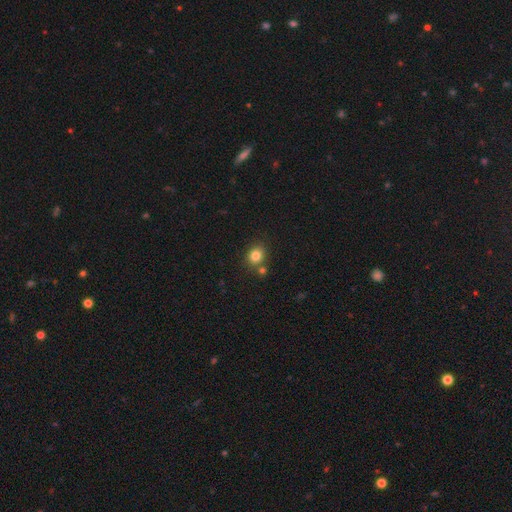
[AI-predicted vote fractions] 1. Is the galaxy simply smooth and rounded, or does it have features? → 82% smooth, 12% star or artifact, 6% featured or disk.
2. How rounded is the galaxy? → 72% round, 27% in between, 1% cigar-shaped.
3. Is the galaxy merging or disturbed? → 72% none, 15% merger, 10% minor disturbance, 3% major disturbance.